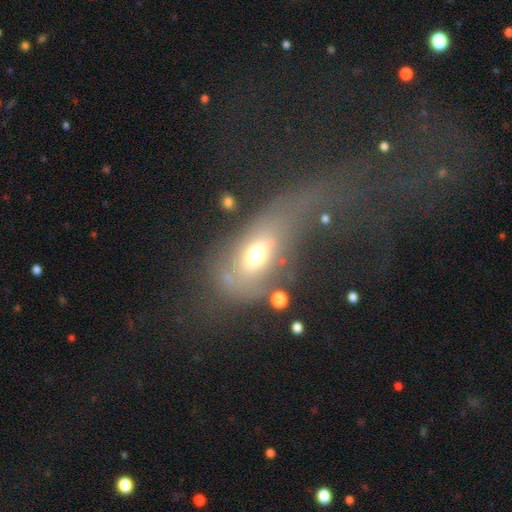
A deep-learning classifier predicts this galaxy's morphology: smooth_or_featured: smooth (p=0.54) [alt: featured or disk p=0.35]
how_rounded: in between (p=0.77) [alt: round p=0.16]
merging: major disturbance (p=0.59) [alt: none p=0.17]